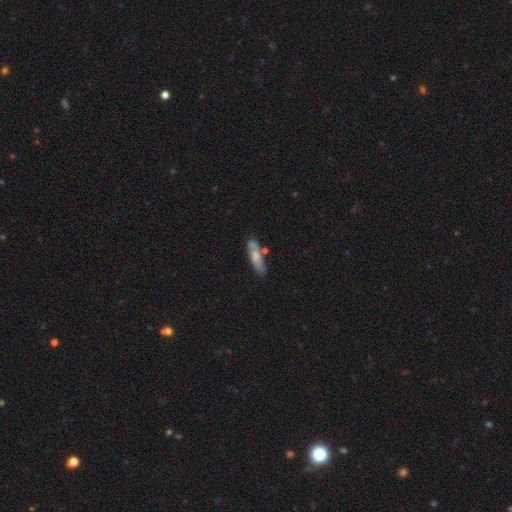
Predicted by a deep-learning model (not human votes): smooth_or_featured: smooth (p=0.66) [alt: featured or disk p=0.28]
how_rounded: cigar-shaped (p=0.65) [alt: in between p=0.33]
merging: none (p=0.64) [alt: minor disturbance p=0.19]